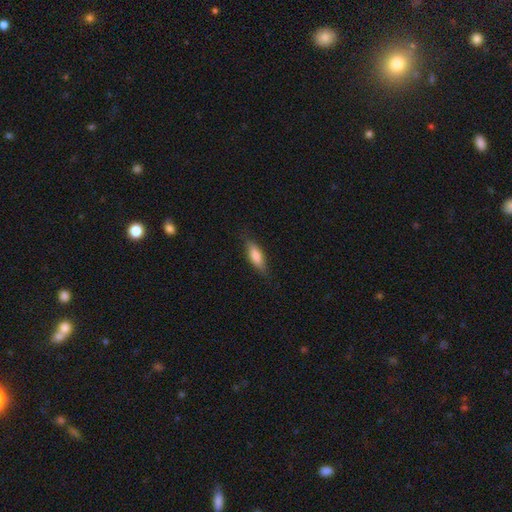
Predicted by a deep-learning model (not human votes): Smooth or featured?
  - smooth: 74% *
  - featured or disk: 20%
  - star or artifact: 6%
How rounded?
  - in between: 55% *
  - cigar-shaped: 43%
  - round: 2%
Merging?
  - none: 79% *
  - minor disturbance: 17%
  - major disturbance: 3%
  - merger: 1%